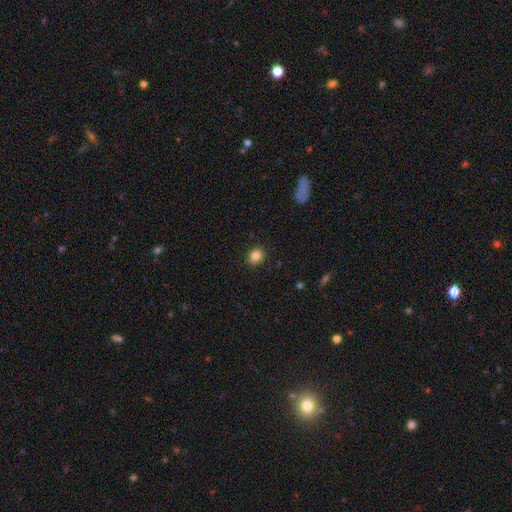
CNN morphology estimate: Smooth or featured?
  - smooth: 84% *
  - star or artifact: 10%
  - featured or disk: 5%
How rounded?
  - round: 63% *
  - in between: 36%
  - cigar-shaped: 1%
Merging?
  - none: 90% *
  - minor disturbance: 7%
  - major disturbance: 2%
  - merger: 1%